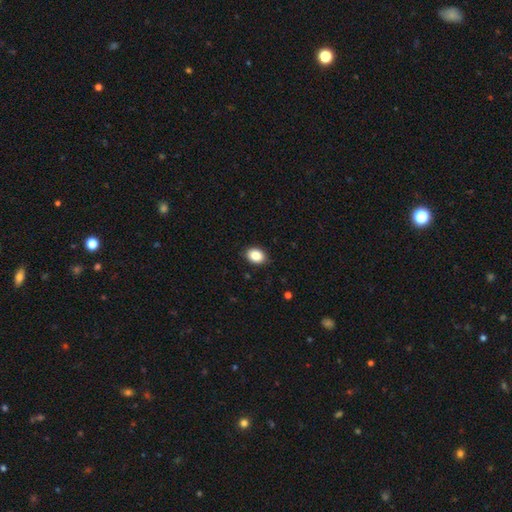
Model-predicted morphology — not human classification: Smooth or featured: smooth — 87% (star or artifact — 8%)
How rounded: in between — 69% (round — 30%)
Merging: none — 88% (minor disturbance — 9%)